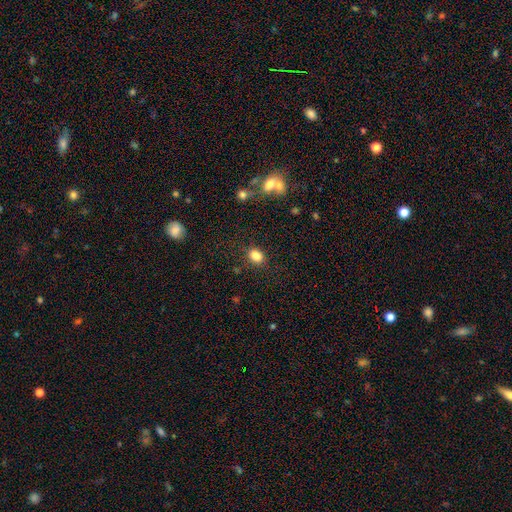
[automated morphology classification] Overall: smooth (84%). How rounded: in between (67%; round 31%). Merging: none (77%).